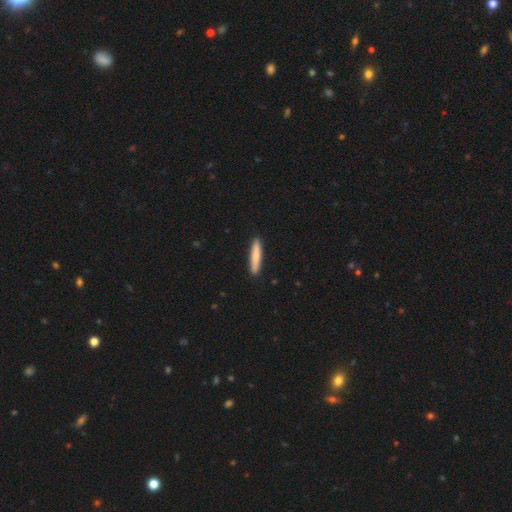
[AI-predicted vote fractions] This appears to be a smooth galaxy with no disk features (80%) that is cigar-shaped (92%). Merging: none (91%).